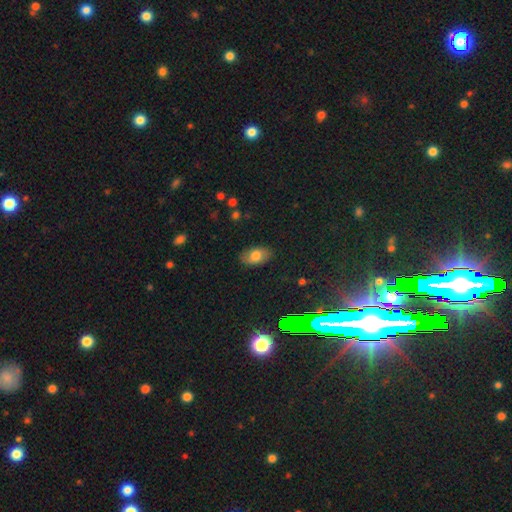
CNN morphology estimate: smooth_or_featured: smooth (p=0.76) [alt: featured or disk p=0.14]
how_rounded: in between (p=0.91) [alt: round p=0.07]
merging: none (p=0.84) [alt: minor disturbance p=0.12]